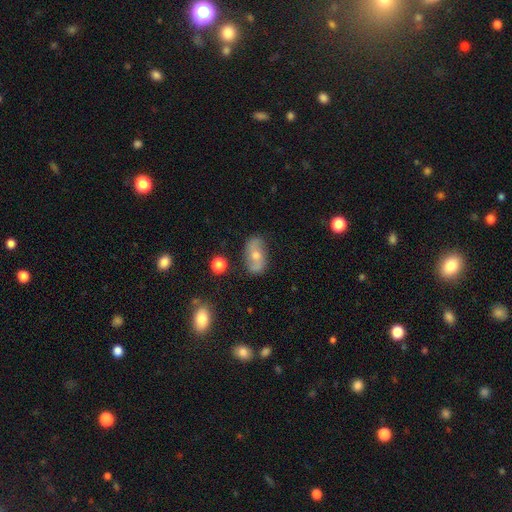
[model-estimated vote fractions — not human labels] This is possibly a smooth galaxy (47%). Merging: likely none (75%).